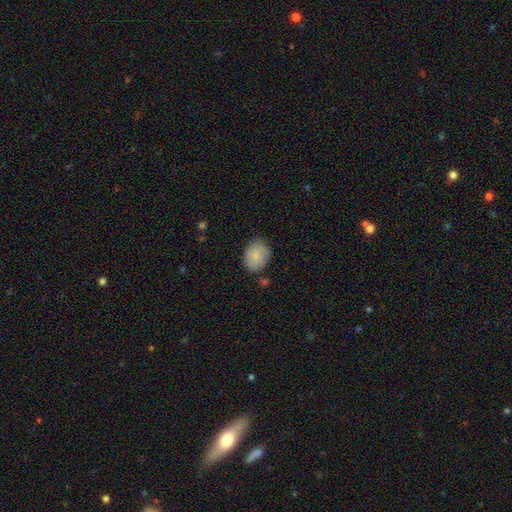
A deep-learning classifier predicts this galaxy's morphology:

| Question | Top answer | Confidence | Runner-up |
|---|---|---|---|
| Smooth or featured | smooth | 80% | featured or disk (13%) |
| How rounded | in between | 70% | round (29%) |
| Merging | none | 73% | minor disturbance (20%) |